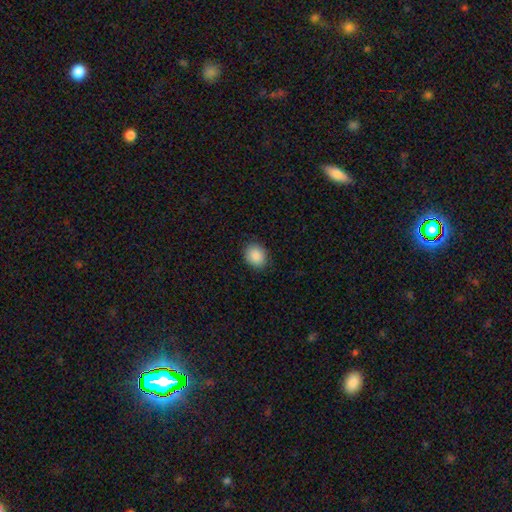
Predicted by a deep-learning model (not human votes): Overall: smooth (89%). How rounded: round (59%; in between 40%). Merging: none (87%).